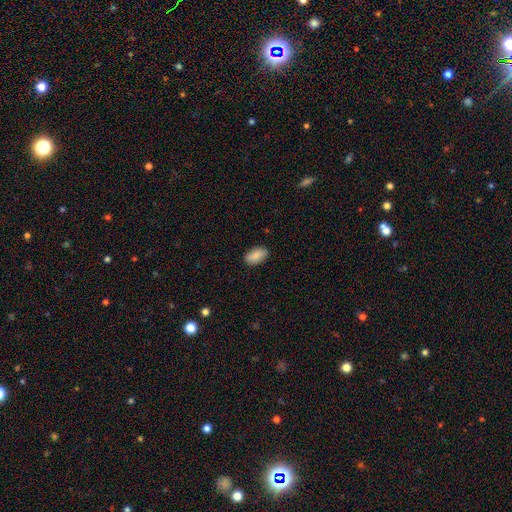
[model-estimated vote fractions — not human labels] Smooth or featured: smooth — 86% (featured or disk — 7%)
How rounded: in between — 93% (round — 4%)
Merging: none — 87% (minor disturbance — 10%)